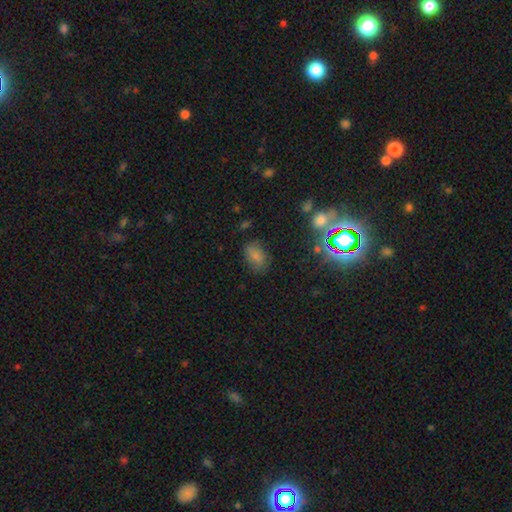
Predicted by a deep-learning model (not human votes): This is likely a smooth galaxy (76%). How rounded: clearly in between (84%). Merging: likely none (73%).